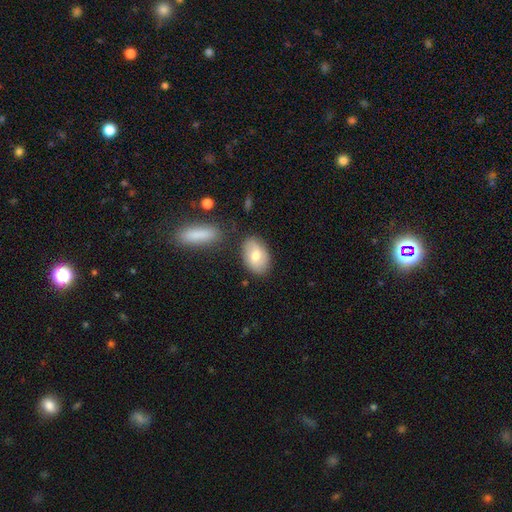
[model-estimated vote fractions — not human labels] Overall: smooth (74%). How rounded: in between (89%). Merging: none (78%).